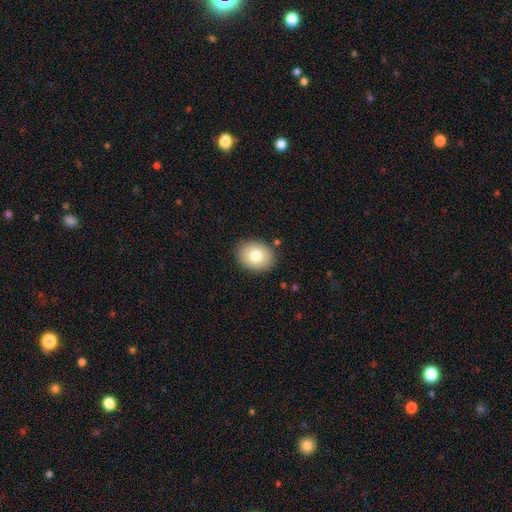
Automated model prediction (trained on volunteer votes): Q: Smooth or featured?
A: smooth (78%); runner-up: featured or disk (13%)
Q: How rounded?
A: in between (53%); runner-up: round (46%)
Q: Merging?
A: none (87%); runner-up: minor disturbance (9%)